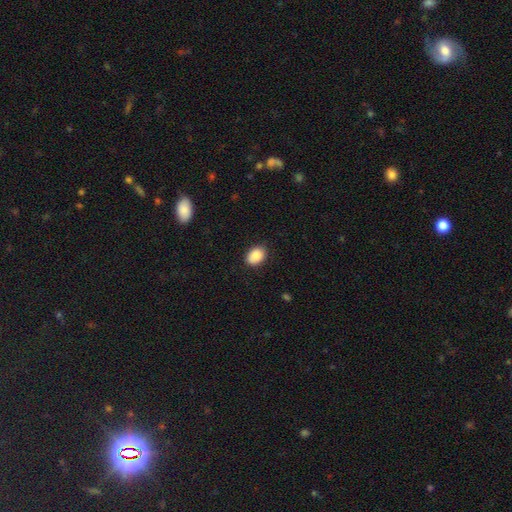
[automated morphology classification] type=smooth (88%); roundness=in between (72%); merging=none (86%).